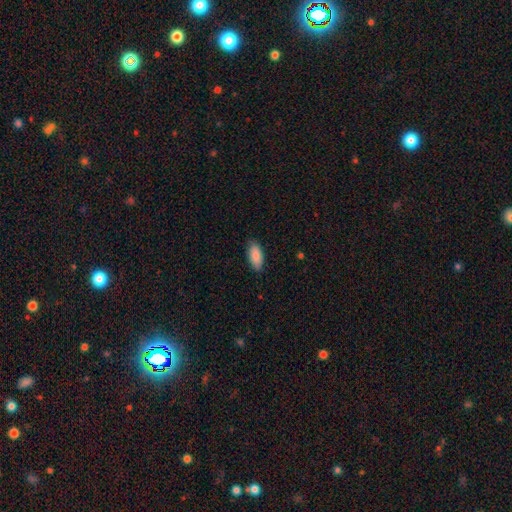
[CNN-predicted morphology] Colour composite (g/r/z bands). It shows a smooth galaxy with no disk features (87%) that is in between round and cigar-shaped (89%). Merging: none (85%).